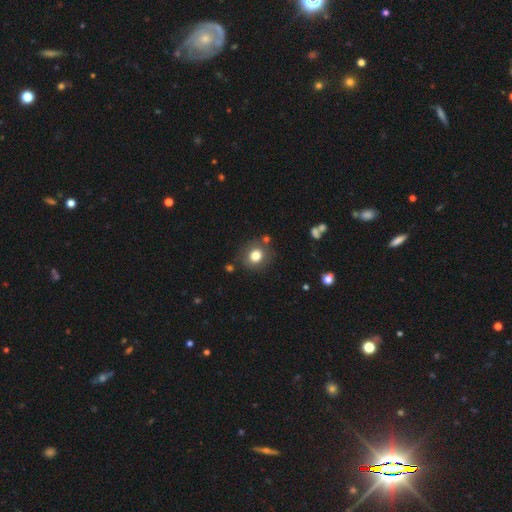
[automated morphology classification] This appears to be a smooth galaxy with no disk features (79%) that is round (78%). Merging: none (80%).